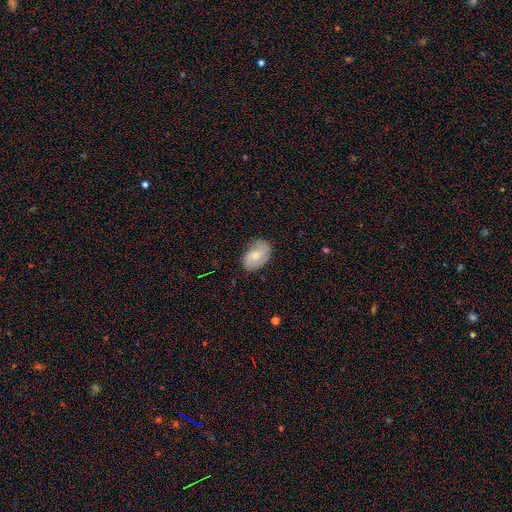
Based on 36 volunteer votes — smooth_or_featured: featured or disk (p=0.50) [alt: smooth p=0.42]
disk_edge_on: no (p=1.00)
bar: no (p=0.56) [alt: weak p=0.39]
has_spiral_arms: yes (p=0.50) [tied with: no p=0.50]
spiral_winding: tight (p=0.44) [alt: medium p=0.33]
spiral_arm_count: 3 (p=0.44) [alt: 2 p=0.33]
bulge_size: moderate (p=0.50) [alt: small p=0.44]
merging: none (p=0.64) [alt: minor disturbance p=0.30]